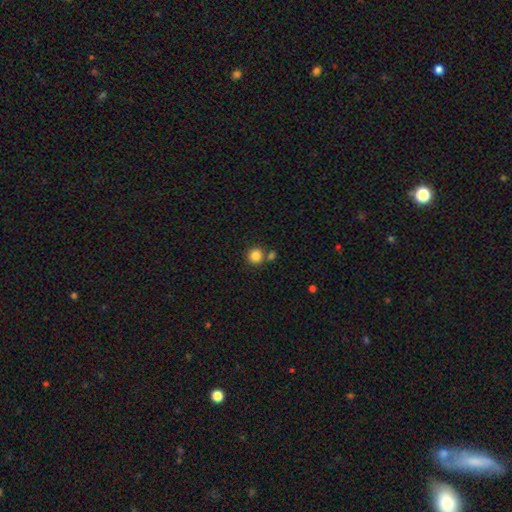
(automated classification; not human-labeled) Overall: smooth (84%). How rounded: round (92%). Merging: none (72%).